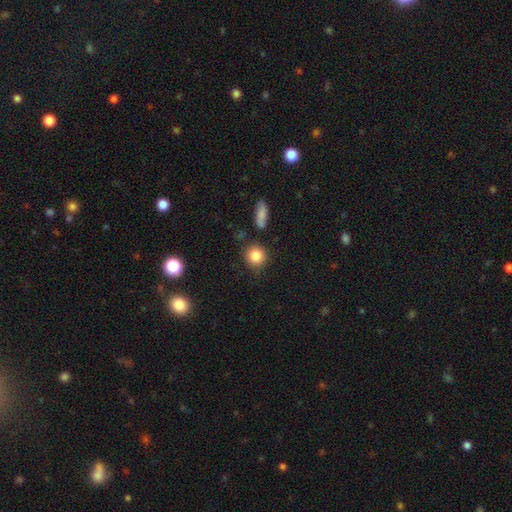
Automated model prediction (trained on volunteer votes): The model was most divided on "merging": none: 81%, minor disturbance: 11%, merger: 4%, major disturbance: 3%. More confident: how rounded — round (89%); smooth or featured — smooth (84%).